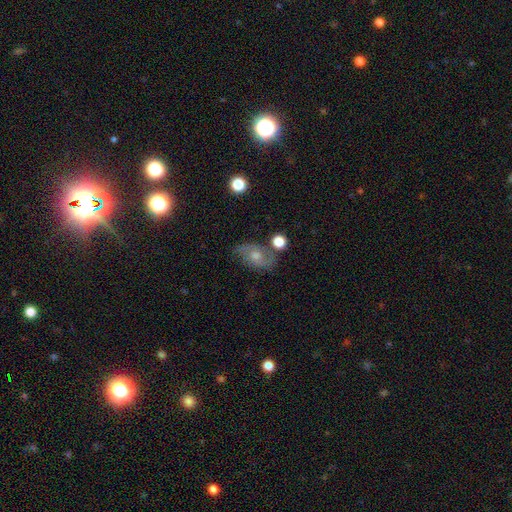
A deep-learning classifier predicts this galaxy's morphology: Smooth or featured? featured or disk (67%)
Edge-on disk? no (94%)
Bar? no (69%)
Spiral arms? yes (86%)
Spiral winding? medium (47%)
Spiral arm count? 2 (83%)
Bulge size? moderate (61%)
Merging? none (74%)